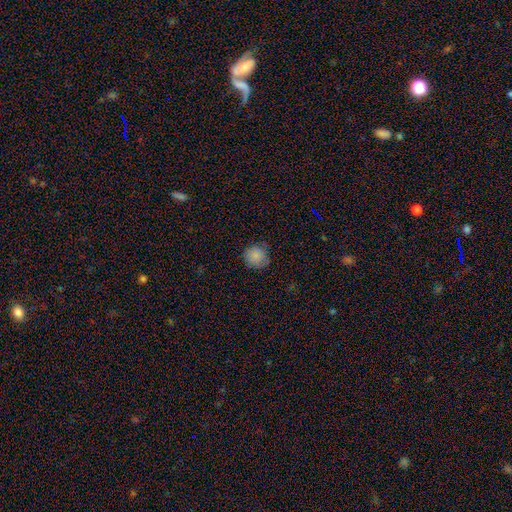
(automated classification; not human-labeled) Smooth or featured? smooth (85%)
How rounded? round (90%)
Merging? none (78%)